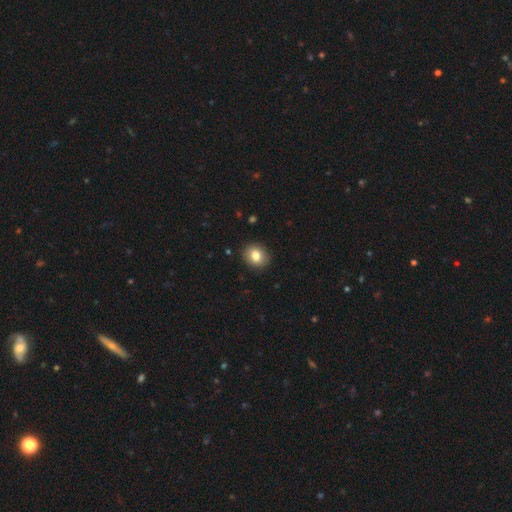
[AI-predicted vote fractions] Morphology: type=smooth (82%); roundness=round (71%); merging=none (90%).